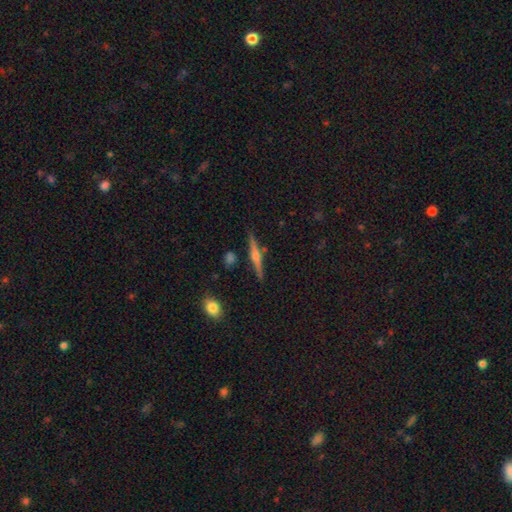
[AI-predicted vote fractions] A featured or disk galaxy (67%) viewed edge-on (98%) with a rounded central bulge (78%).

Vote fractions:
- Smooth or featured? featured or disk: 67% / smooth: 26% / star or artifact: 7%
- Edge-on disk? yes: 98% / no: 2%
- Edge-on bulge? rounded: 78% / boxy: 14% / none: 9%
- Merging? none: 86% / minor disturbance: 9% / merger: 3% / major disturbance: 2%